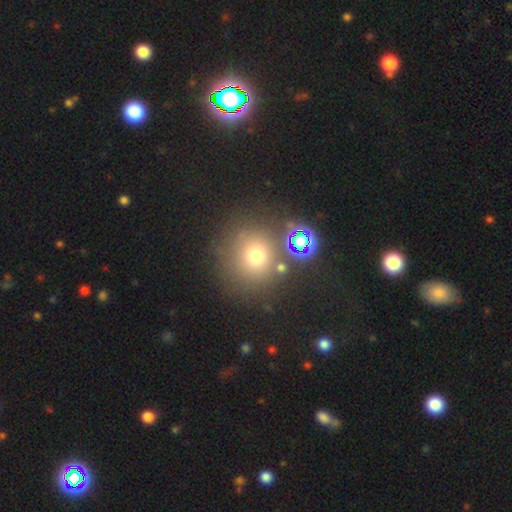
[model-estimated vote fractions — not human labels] Smooth or featured: smooth — 67% (star or artifact — 22%)
How rounded: round — 90% (in between — 9%)
Merging: none — 74% (merger — 11%)